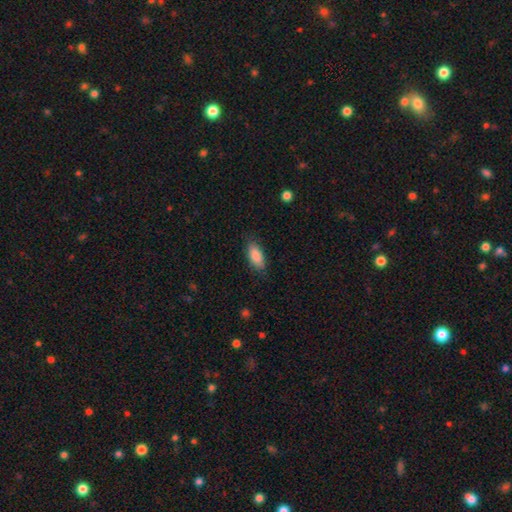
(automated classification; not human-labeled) Overall: smooth (87%). How rounded: in between (84%). Merging: none (82%).